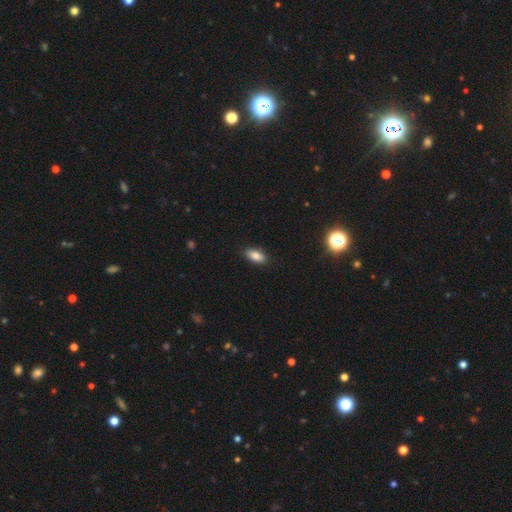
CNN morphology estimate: This is clearly a smooth galaxy (85%). How rounded: clearly in between (89%). Merging: clearly none (87%).